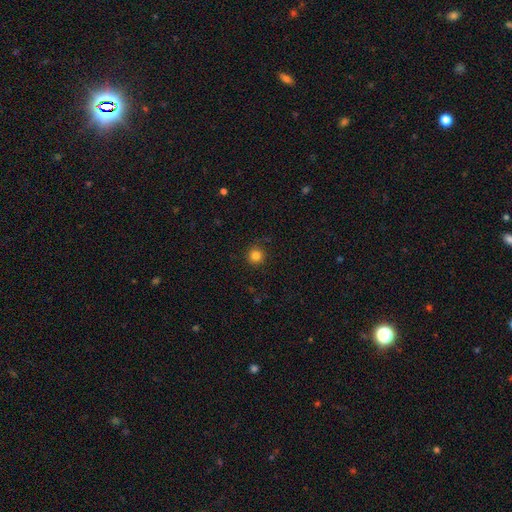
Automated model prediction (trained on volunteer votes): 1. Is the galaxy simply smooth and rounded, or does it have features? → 83% smooth, 12% star or artifact, 4% featured or disk.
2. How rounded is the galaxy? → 94% round, 5% in between, 1% cigar-shaped.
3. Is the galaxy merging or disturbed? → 88% none, 9% minor disturbance, 3% major disturbance, 1% merger.